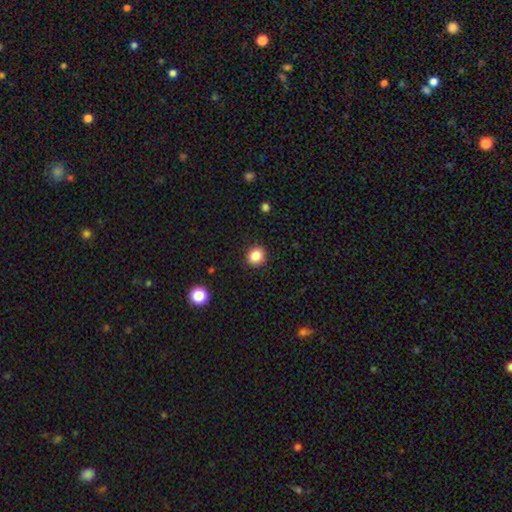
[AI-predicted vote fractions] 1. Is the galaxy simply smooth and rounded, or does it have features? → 86% smooth, 10% star or artifact, 4% featured or disk.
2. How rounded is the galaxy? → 82% round, 17% in between, 1% cigar-shaped.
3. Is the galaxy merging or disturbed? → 90% none, 6% minor disturbance, 2% major disturbance, 1% merger.